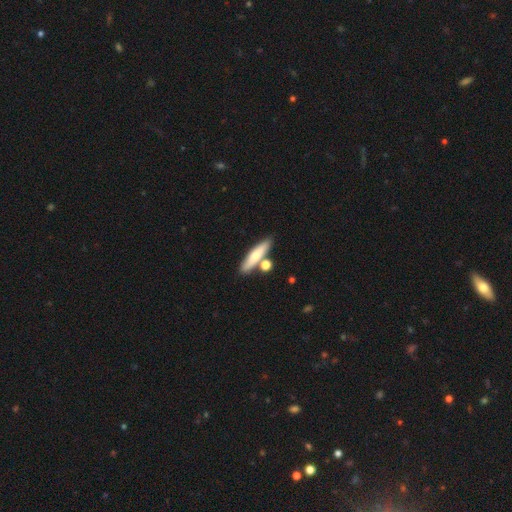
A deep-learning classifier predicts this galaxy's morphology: smooth 66%, featured or disk 27%, star or artifact 6%. Down the decision tree: how rounded — cigar-shaped (74%); merging — none (72%).